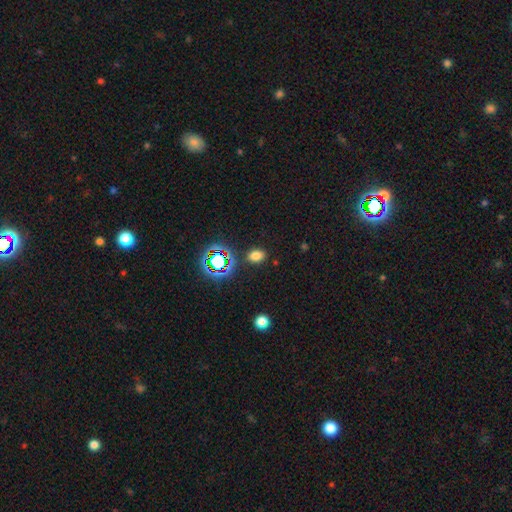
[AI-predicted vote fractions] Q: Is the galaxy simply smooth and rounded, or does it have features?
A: smooth — 71%.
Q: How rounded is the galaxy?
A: in between — 74%.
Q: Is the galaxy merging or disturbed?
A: none — 85%.